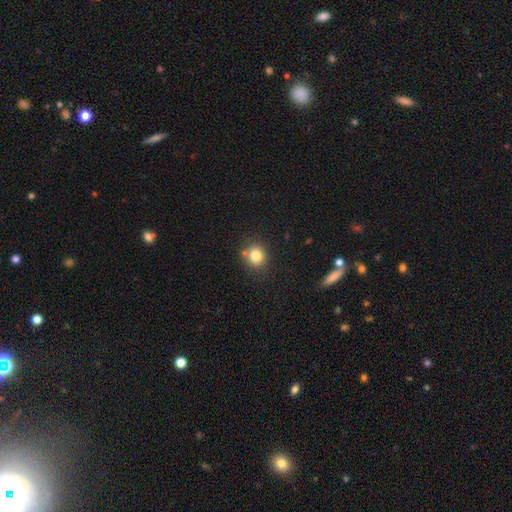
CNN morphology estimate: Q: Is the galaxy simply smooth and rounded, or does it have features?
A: smooth — 81%.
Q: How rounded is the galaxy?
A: round — 82%.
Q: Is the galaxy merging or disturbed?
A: none — 75%.